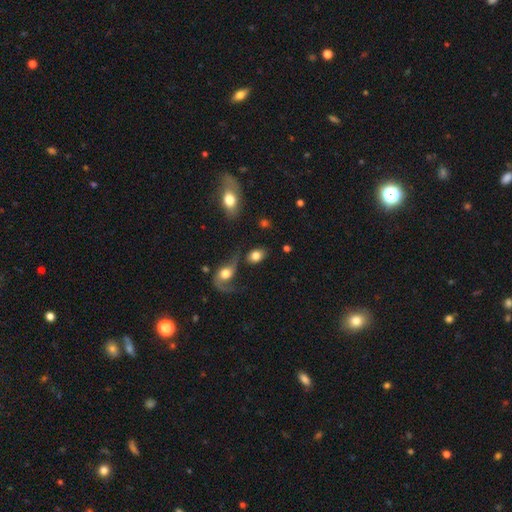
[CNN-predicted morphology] This appears to be a smooth galaxy with no disk features (76%) that is in between round and cigar-shaped (74%). Merging: none (58%).